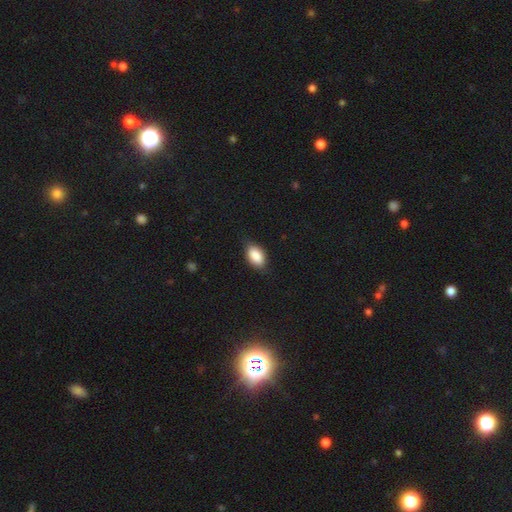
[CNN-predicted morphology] smooth_or_featured: smooth (p=0.88) [alt: star or artifact p=0.07]
how_rounded: in between (p=0.92) [alt: round p=0.06]
merging: none (p=0.79) [alt: minor disturbance p=0.16]